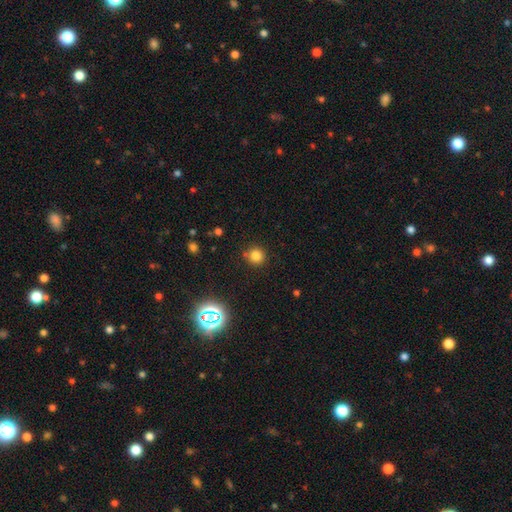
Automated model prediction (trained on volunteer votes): smooth 78%, star or artifact 17%, featured or disk 5%. Down the decision tree: how rounded — round (93%); merging — none (85%).